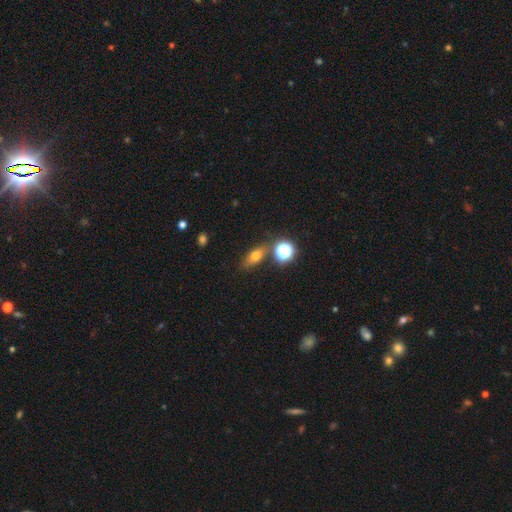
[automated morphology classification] Smooth or featured?
  - smooth: 66% *
  - featured or disk: 18%
  - star or artifact: 16%
How rounded?
  - in between: 63% *
  - round: 19%
  - cigar-shaped: 18%
Merging?
  - none: 73% *
  - minor disturbance: 14%
  - merger: 9%
  - major disturbance: 4%